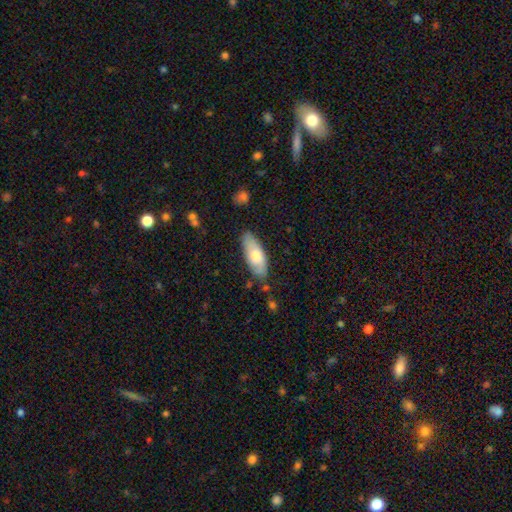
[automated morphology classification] Smooth or featured? Predicted: smooth (p=0.70). How rounded? Predicted: in between (p=0.76). Merging? Predicted: none (p=0.76).